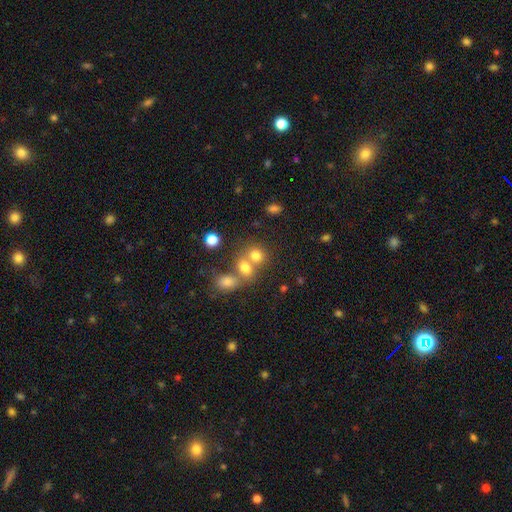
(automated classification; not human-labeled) smooth 73%, star or artifact 15%, featured or disk 12%. Down the decision tree: how rounded — round (65%); merging — merger (48%).